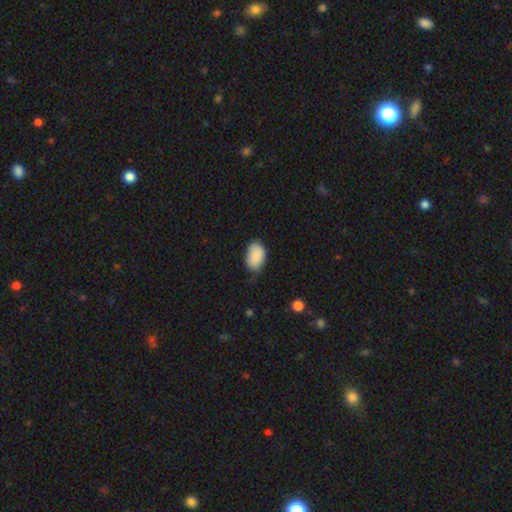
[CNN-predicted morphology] type=smooth (88%); roundness=in between (89%); merging=none (64%).